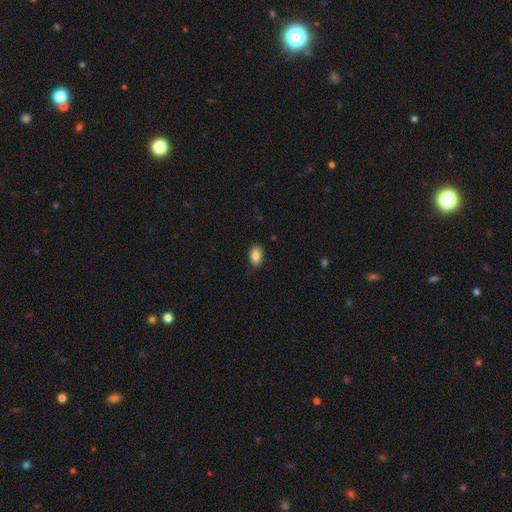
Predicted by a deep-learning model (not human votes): This appears to be a smooth galaxy with no disk features (85%) that is in between round and cigar-shaped (89%). Merging: none (82%).